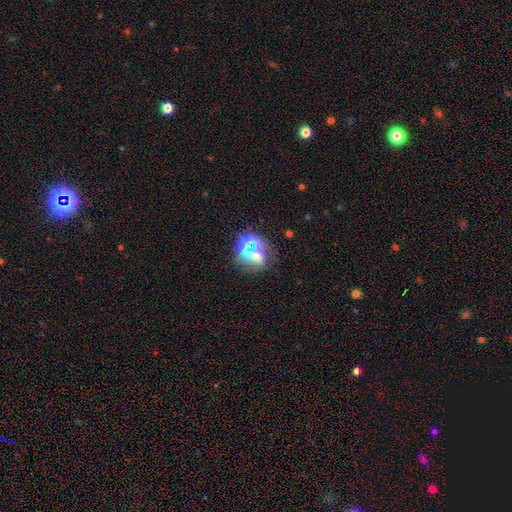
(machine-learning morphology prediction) type=star or artifact (52%).